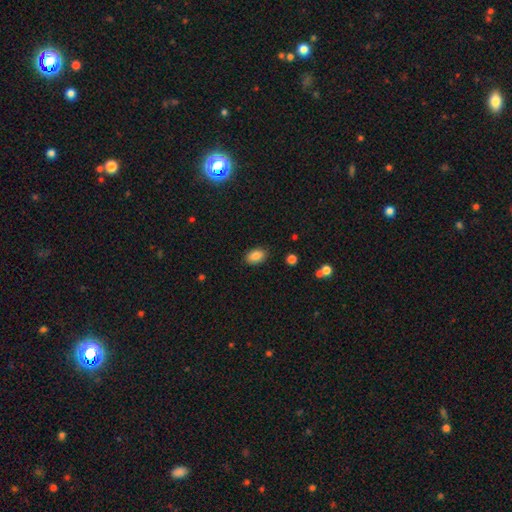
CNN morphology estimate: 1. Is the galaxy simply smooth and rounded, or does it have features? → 86% smooth, 9% star or artifact, 6% featured or disk.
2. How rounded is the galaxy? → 86% in between, 12% round, 1% cigar-shaped.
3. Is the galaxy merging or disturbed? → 88% none, 9% minor disturbance, 2% major disturbance, 1% merger.